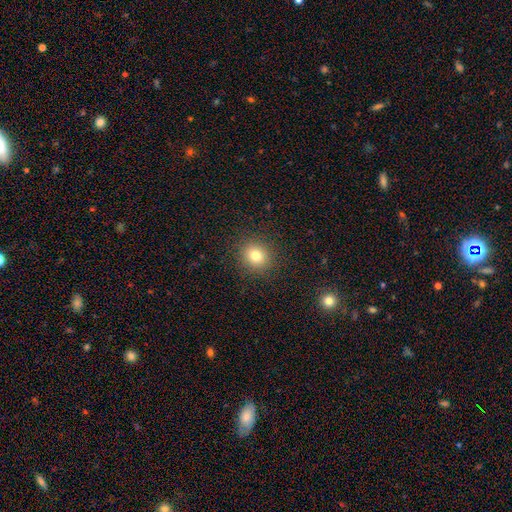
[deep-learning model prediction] smooth-or-featured: smooth: 79% | star or artifact: 13% | featured or disk: 8%
  how-rounded: round: 83% | in between: 17% | cigar-shaped: 1%
  merging: none: 90% | minor disturbance: 6% | major disturbance: 3% | merger: 1%